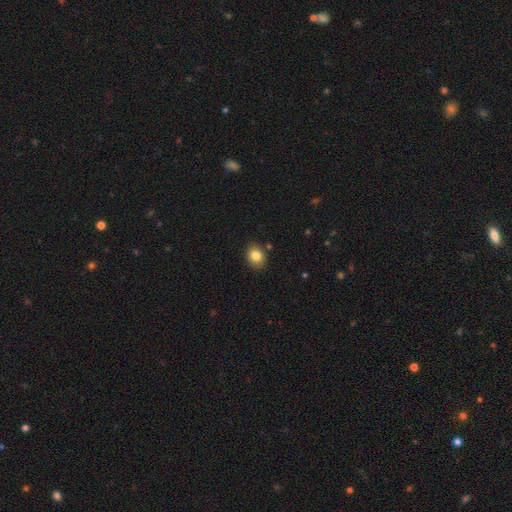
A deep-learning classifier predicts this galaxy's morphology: This is clearly a smooth galaxy (83%). How rounded: possibly in between (50%). Merging: clearly none (85%).